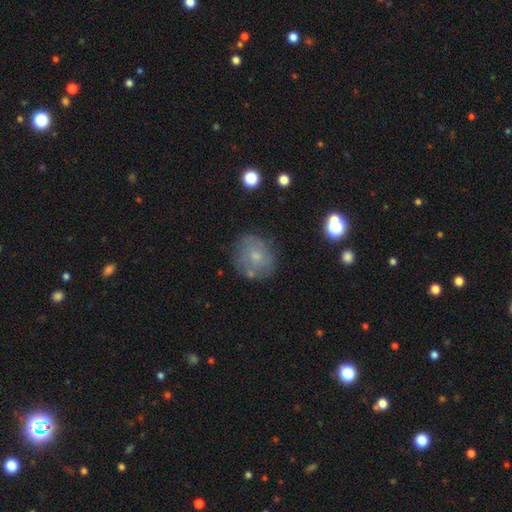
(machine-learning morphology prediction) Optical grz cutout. It shows a smooth galaxy with no disk features (52%) that is round (81%). Merging: none (70%).